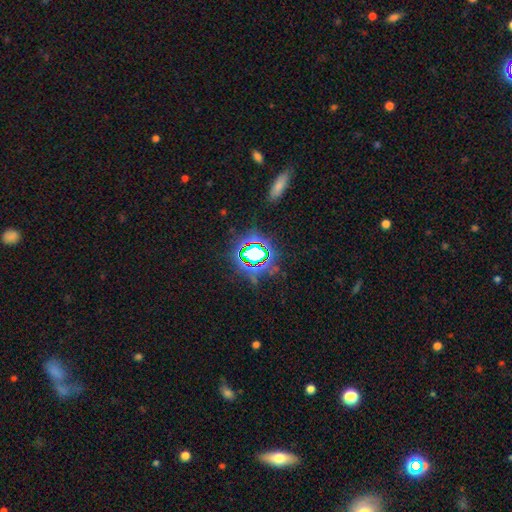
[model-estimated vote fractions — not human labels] Smooth or featured? star or artifact (70%)